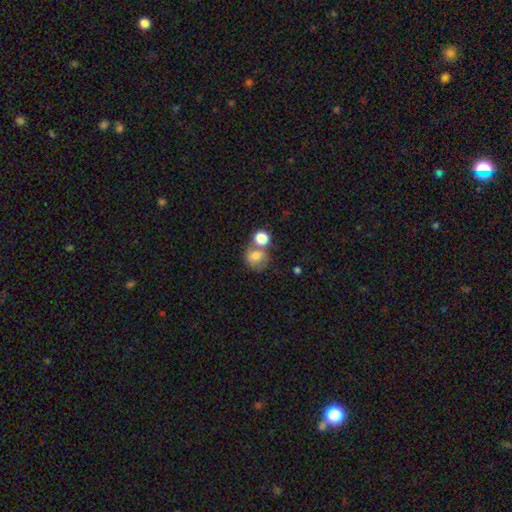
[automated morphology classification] Smooth or featured?
  - smooth: 69% *
  - featured or disk: 21%
  - star or artifact: 11%
How rounded?
  - round: 76% *
  - in between: 23%
  - cigar-shaped: 1%
Merging?
  - merger: 41% *
  - none: 39%
  - minor disturbance: 13%
  - major disturbance: 7%